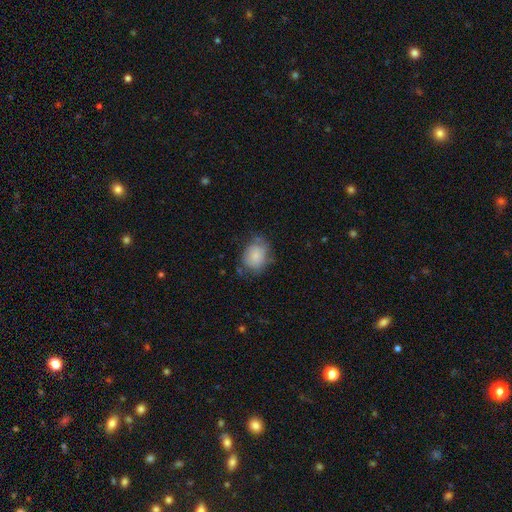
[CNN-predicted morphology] Smooth or featured?
  - smooth: 75% *
  - featured or disk: 18%
  - star or artifact: 8%
How rounded?
  - round: 56% *
  - in between: 43%
  - cigar-shaped: 1%
Merging?
  - none: 57% *
  - minor disturbance: 29%
  - major disturbance: 11%
  - merger: 3%